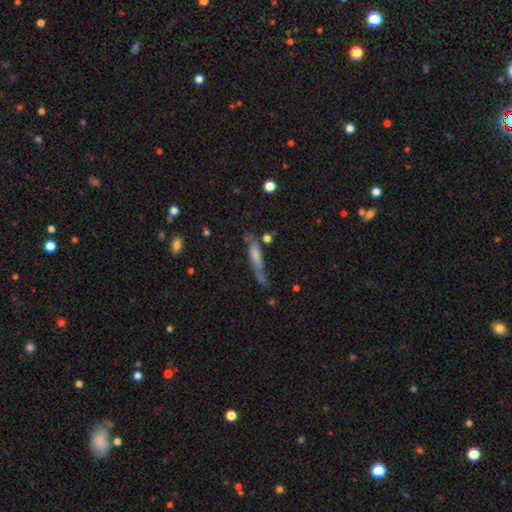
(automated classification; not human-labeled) smooth 56%, featured or disk 35%, star or artifact 8%. Down the decision tree: how rounded — cigar-shaped (81%); merging — none (44%).